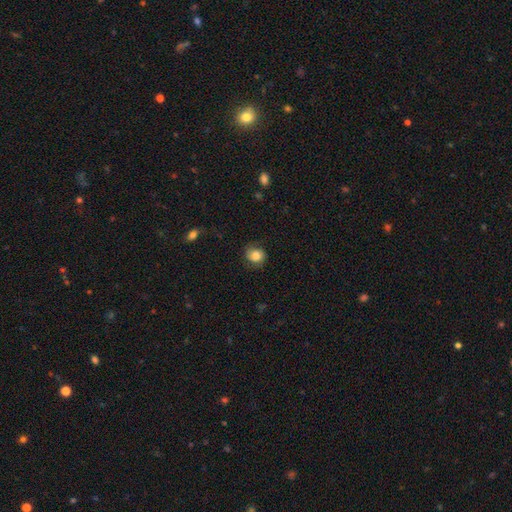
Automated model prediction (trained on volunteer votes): smooth_or_featured: smooth (p=0.78) [alt: featured or disk p=0.13]
how_rounded: round (p=0.73) [alt: in between p=0.26]
merging: none (p=0.73) [alt: minor disturbance p=0.19]